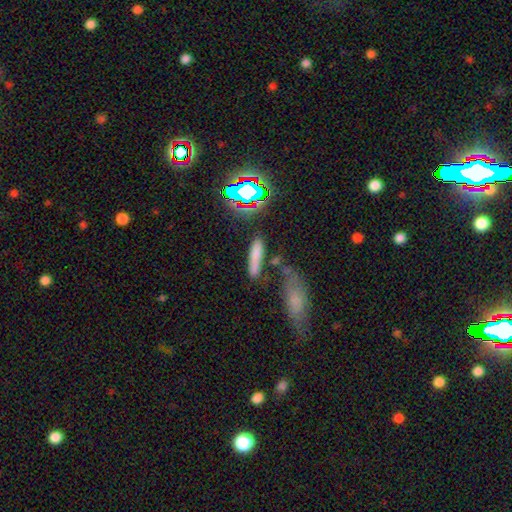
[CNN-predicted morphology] A smooth galaxy with no disk features (73%) that is cigar-shaped (74%).

Vote fractions:
- Smooth or featured? smooth: 73% / star or artifact: 15% / featured or disk: 12%
- How rounded? cigar-shaped: 74% / in between: 23% / round: 3%
- Merging? none: 67% / minor disturbance: 16% / merger: 11% / major disturbance: 6%